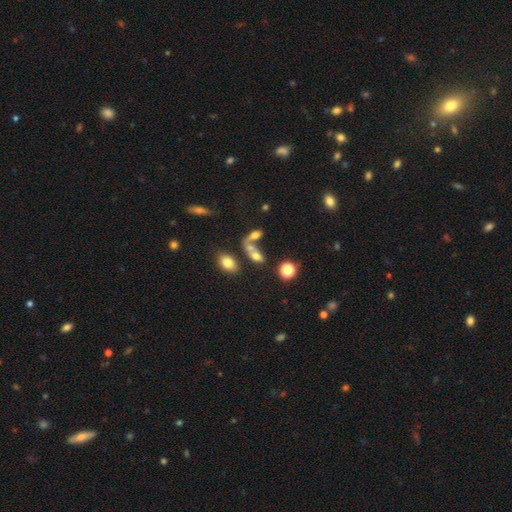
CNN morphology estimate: Smooth or featured: smooth — 61% (star or artifact — 21%)
How rounded: in between — 62% (round — 31%)
Merging: none — 44% (merger — 37%)